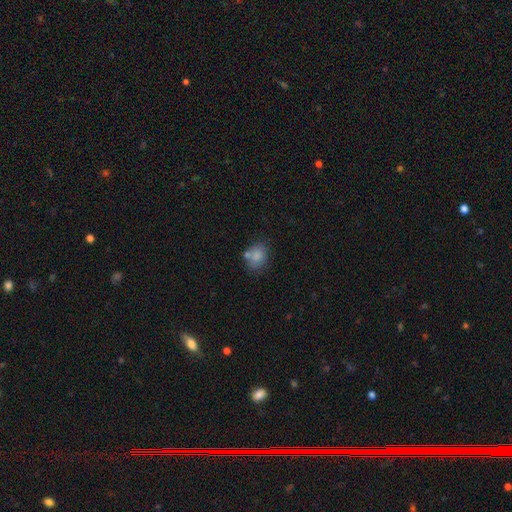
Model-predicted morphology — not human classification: This is clearly a smooth galaxy (80%). How rounded: possibly in between (52%). Merging: possibly none (56%).